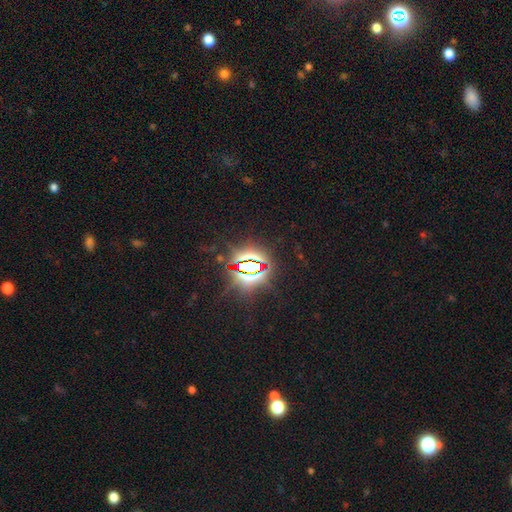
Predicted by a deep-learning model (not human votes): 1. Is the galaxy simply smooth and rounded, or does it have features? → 85% star or artifact, 8% featured or disk, 7% smooth.